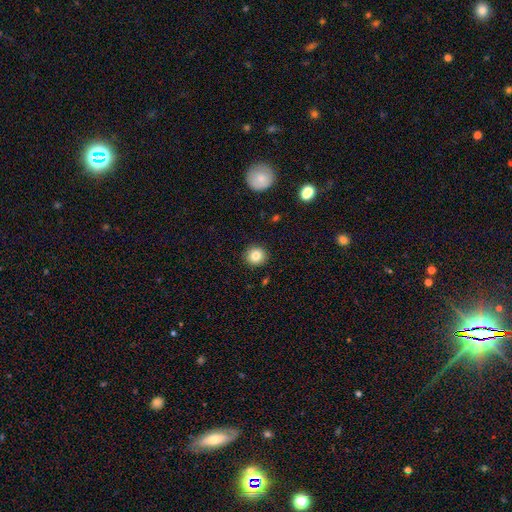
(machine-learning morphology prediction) This appears to be a smooth galaxy with no disk features (83%) that is round (91%). Merging: none (91%).